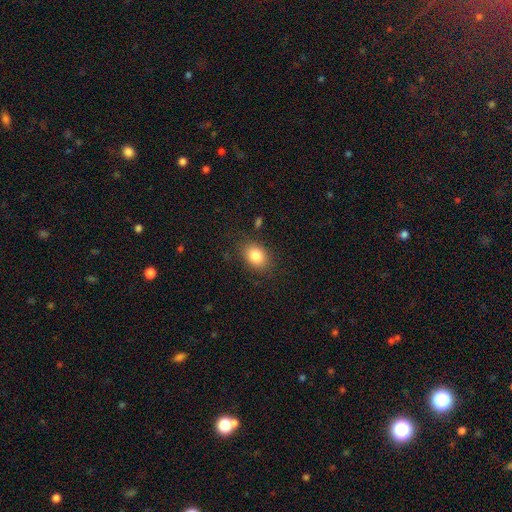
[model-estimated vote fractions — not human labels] Smooth or featured?
  - smooth: 83% *
  - star or artifact: 9%
  - featured or disk: 8%
How rounded?
  - in between: 70% *
  - round: 29%
  - cigar-shaped: 1%
Merging?
  - none: 82% *
  - minor disturbance: 12%
  - major disturbance: 4%
  - merger: 2%